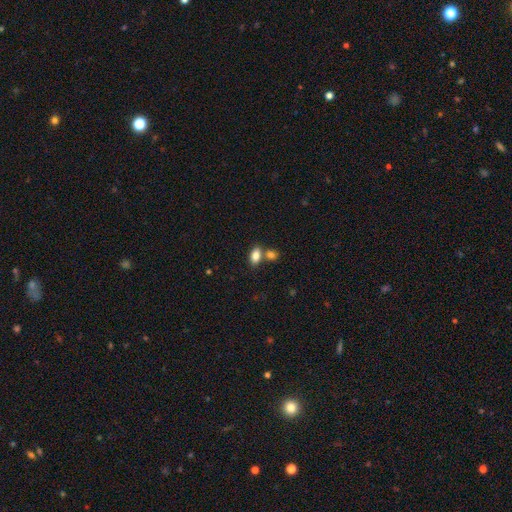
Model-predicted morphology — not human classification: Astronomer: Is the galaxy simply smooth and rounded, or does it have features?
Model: smooth — 84%.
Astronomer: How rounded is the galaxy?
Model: in between — 88%.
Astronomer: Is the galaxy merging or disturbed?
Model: none — 57%.